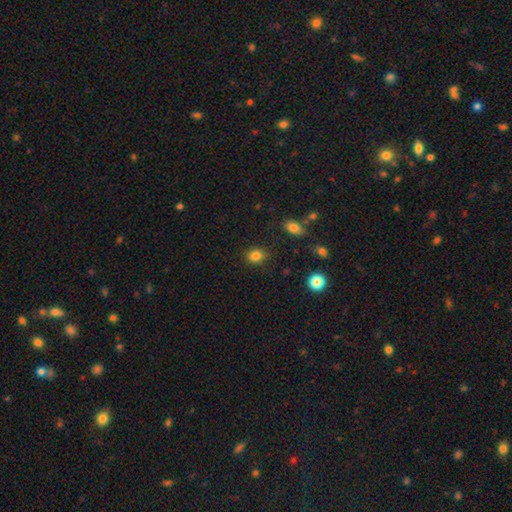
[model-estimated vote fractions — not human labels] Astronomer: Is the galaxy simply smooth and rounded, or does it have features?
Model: smooth — 84%.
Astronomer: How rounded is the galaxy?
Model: round — 58% (runner-up: in between, 41%).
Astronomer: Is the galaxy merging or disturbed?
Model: none — 86%.